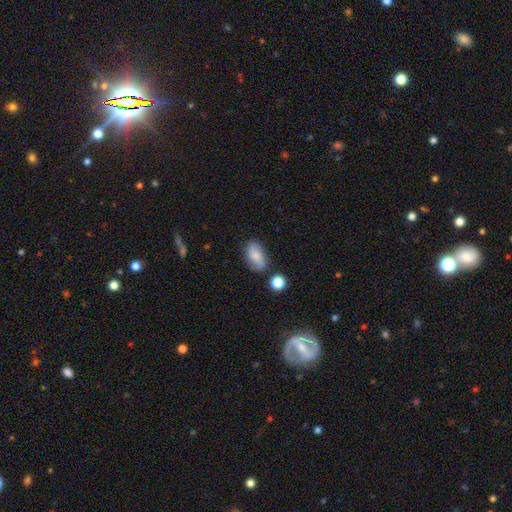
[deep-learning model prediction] Smooth or featured? Predicted: smooth (p=0.69). How rounded? Predicted: in between (p=0.89). Merging? Predicted: none (p=0.73).